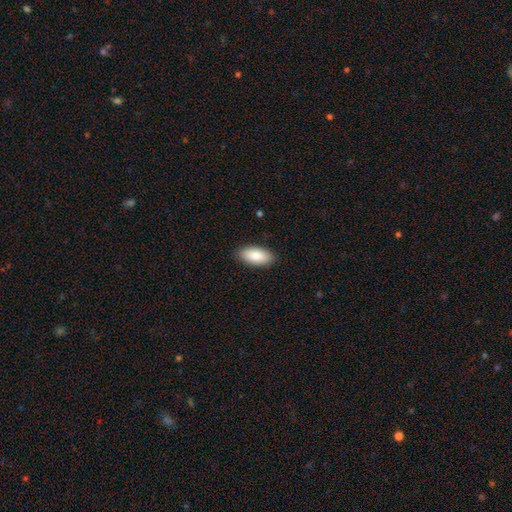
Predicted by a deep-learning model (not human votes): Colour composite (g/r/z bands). It shows a smooth galaxy with no disk features (86%) that is in between round and cigar-shaped (93%). Merging: none (88%).